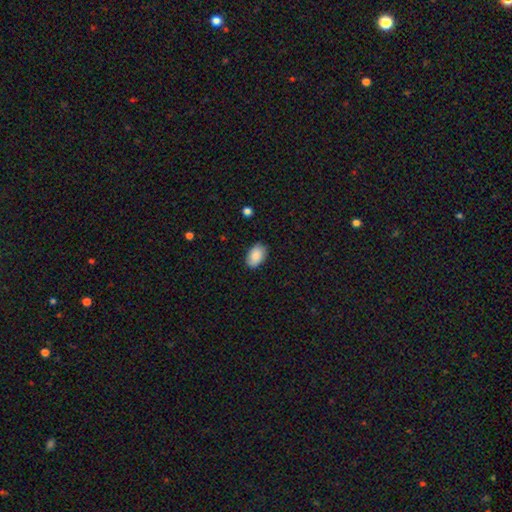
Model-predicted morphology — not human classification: This is clearly a smooth galaxy (88%). How rounded: clearly in between (92%). Merging: clearly none (85%).